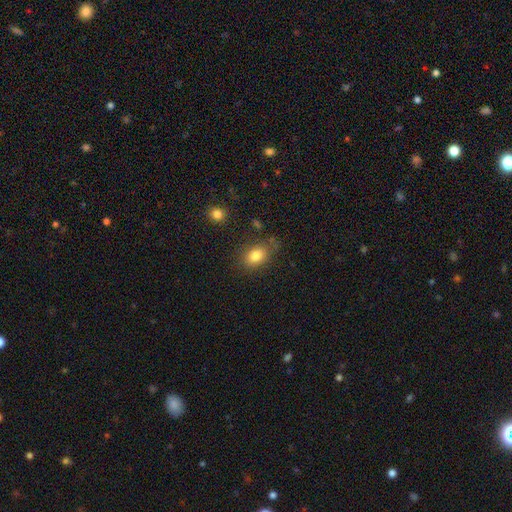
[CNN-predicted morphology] smooth 83%, star or artifact 9%, featured or disk 8%. Down the decision tree: how rounded — in between (78%); merging — none (71%).